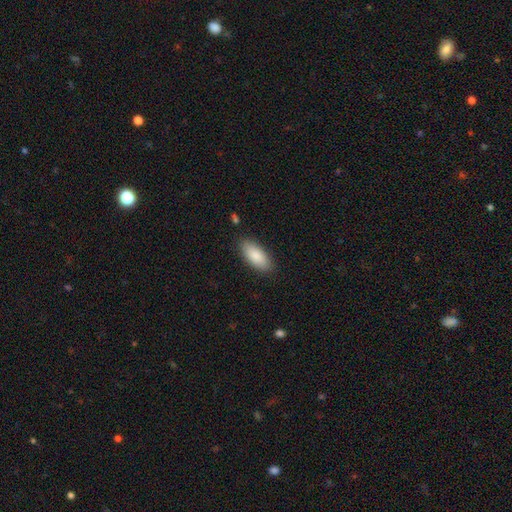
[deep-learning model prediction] Morphology: type=smooth (87%); roundness=in between (88%); merging=none (87%).